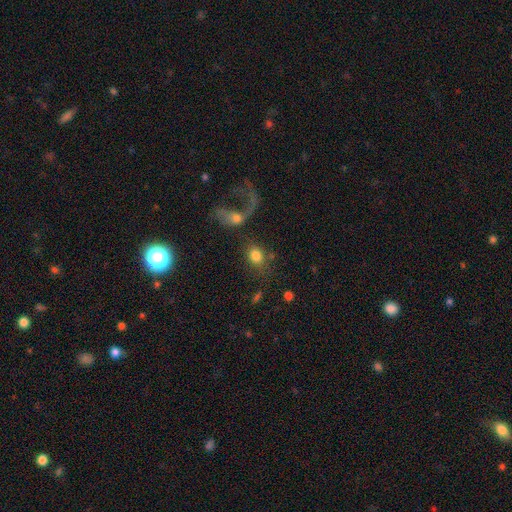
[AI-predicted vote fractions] Smooth or featured? Predicted: smooth (p=0.75). How rounded? Predicted: in between (p=0.55). Merging? Predicted: none (p=0.44).